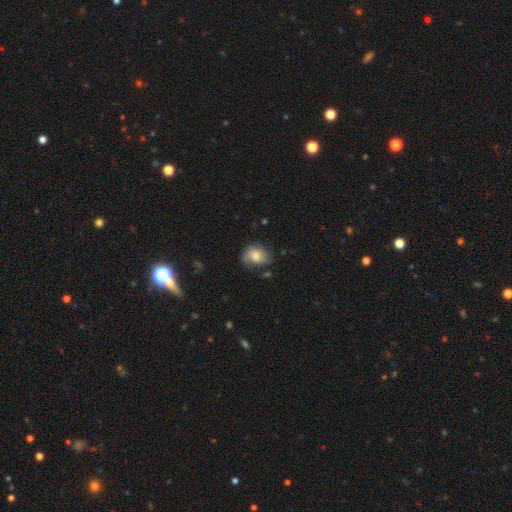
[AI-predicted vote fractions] Smooth or featured? smooth (60%)
How rounded? in between (54%)
Merging? none (56%)